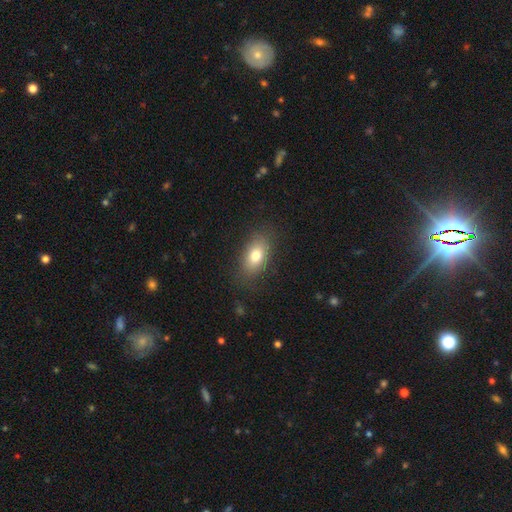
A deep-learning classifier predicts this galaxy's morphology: Smooth or featured? Predicted: smooth (p=0.77). How rounded? Predicted: in between (p=0.87). Merging? Predicted: none (p=0.82).